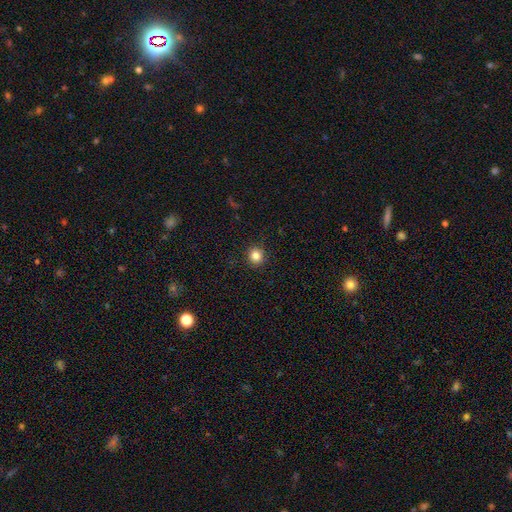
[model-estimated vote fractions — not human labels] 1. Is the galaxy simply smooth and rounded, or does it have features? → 84% smooth, 12% star or artifact, 5% featured or disk.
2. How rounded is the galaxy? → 90% round, 9% in between, 1% cigar-shaped.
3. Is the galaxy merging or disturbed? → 90% none, 7% minor disturbance, 2% major disturbance, 1% merger.